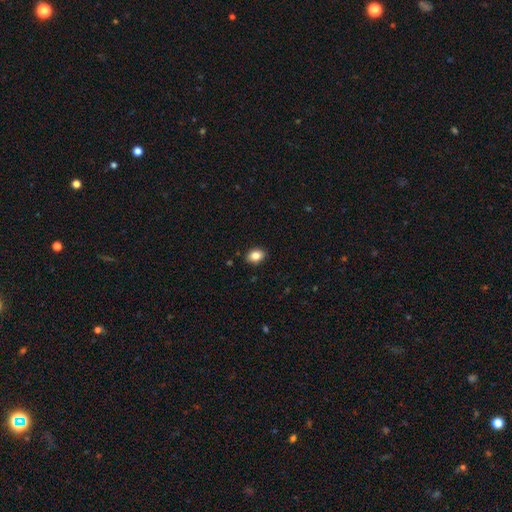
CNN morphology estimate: Q: Smooth or featured?
A: smooth (84%); runner-up: star or artifact (9%)
Q: How rounded?
A: in between (69%); runner-up: round (30%)
Q: Merging?
A: none (89%); runner-up: minor disturbance (8%)